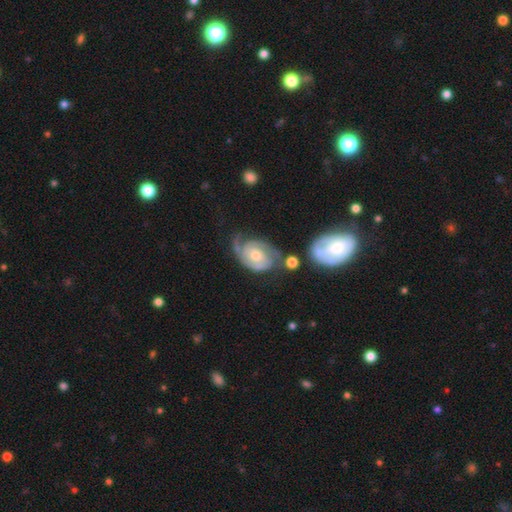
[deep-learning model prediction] This appears to be a featured or disk galaxy (87%) with no bar (66%), 2 (66%) tight (58%) spiral arms (97%) and a moderate central bulge (62%). Merging: none (52%).